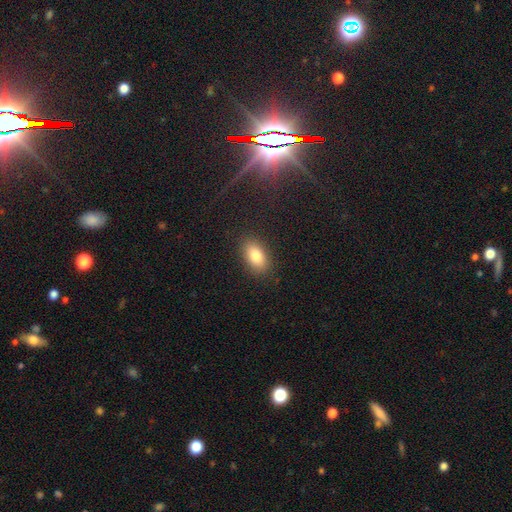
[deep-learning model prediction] A smooth galaxy with no disk features (83%) that is in between round and cigar-shaped (90%). Merging: none (87%).